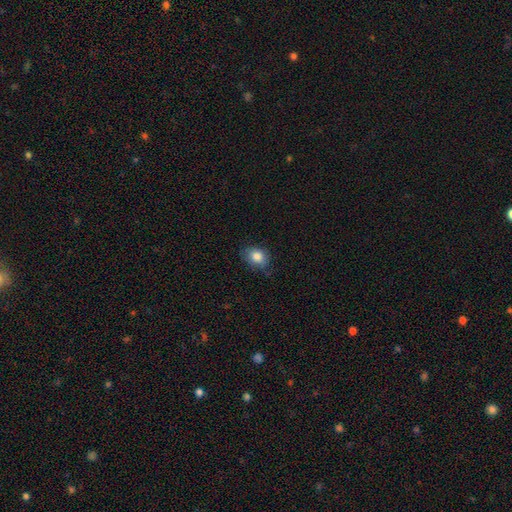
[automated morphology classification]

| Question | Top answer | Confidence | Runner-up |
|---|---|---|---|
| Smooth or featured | smooth | 84% | star or artifact (9%) |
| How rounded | in between | 57% | round (42%) |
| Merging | none | 76% | minor disturbance (19%) |